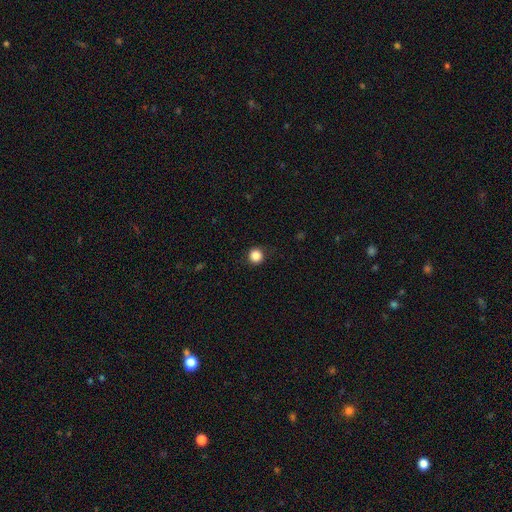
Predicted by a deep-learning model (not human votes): Smooth or featured: smooth — 86% (star or artifact — 11%)
How rounded: round — 94% (in between — 5%)
Merging: none — 90% (minor disturbance — 7%)